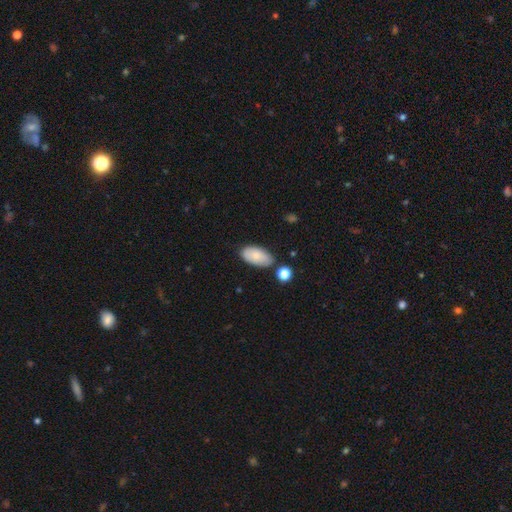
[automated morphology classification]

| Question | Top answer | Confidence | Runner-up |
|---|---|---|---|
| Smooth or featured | smooth | 79% | featured or disk (14%) |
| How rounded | in between | 95% | round (3%) |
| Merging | none | 75% | minor disturbance (16%) |